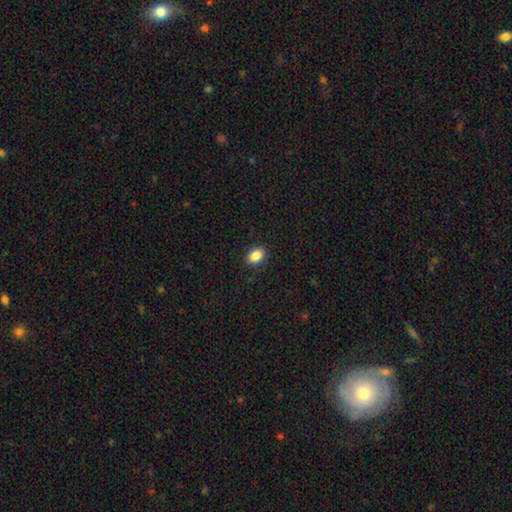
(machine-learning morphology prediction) The model was most divided on "how rounded": in between: 80%, round: 19%, cigar-shaped: 1%. More confident: merging — none (90%); smooth or featured — smooth (87%).